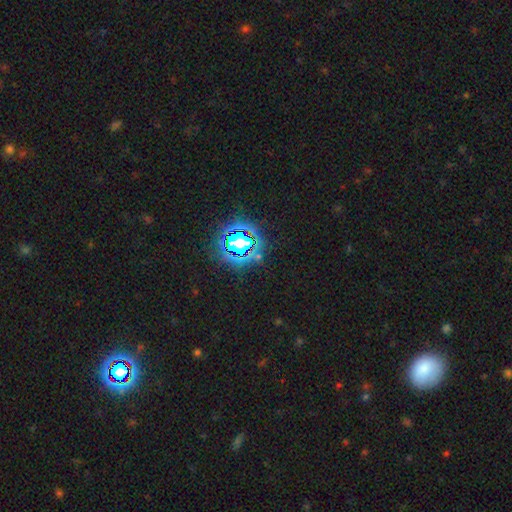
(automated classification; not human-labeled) Smooth or featured: star or artifact — 73% (smooth — 18%)